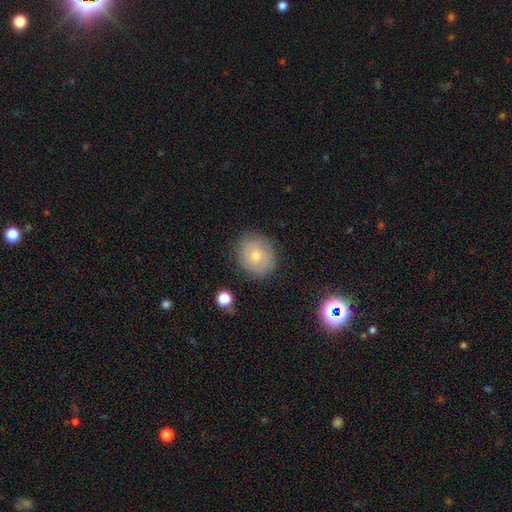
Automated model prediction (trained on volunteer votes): smooth-or-featured: smooth: 54% | featured or disk: 32% | star or artifact: 14%
  how-rounded: round: 76% | in between: 23% | cigar-shaped: 1%
  merging: none: 85% | minor disturbance: 11% | major disturbance: 3% | merger: 1%